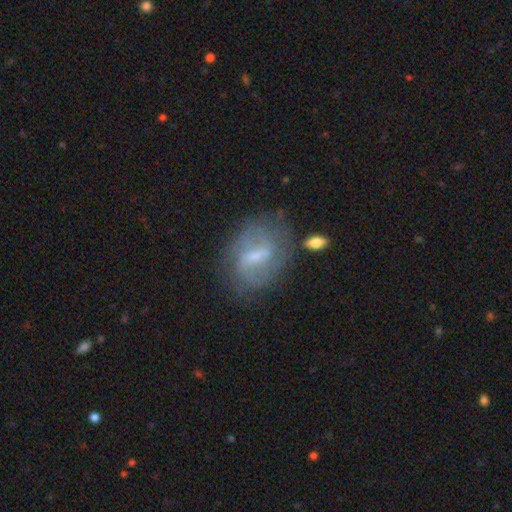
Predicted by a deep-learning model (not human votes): Smooth or featured? featured or disk (65%)
Edge-on disk? no (94%)
Bar? weak (55%)
Spiral arms? yes (68%)
Bulge size? small (51%)
Merging? none (63%)